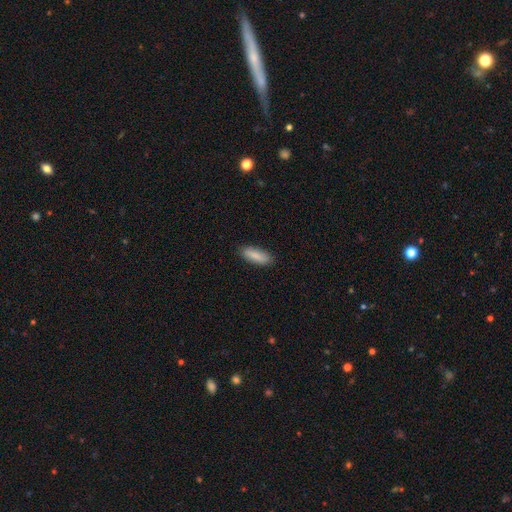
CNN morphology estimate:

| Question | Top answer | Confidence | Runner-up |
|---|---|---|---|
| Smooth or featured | smooth | 87% | featured or disk (7%) |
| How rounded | in between | 57% | cigar-shaped (42%) |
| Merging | none | 87% | minor disturbance (10%) |